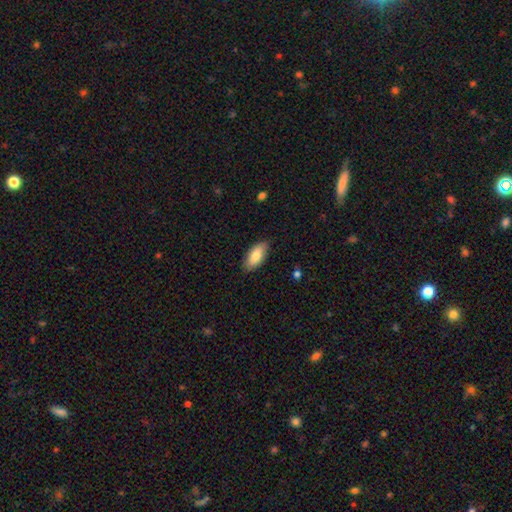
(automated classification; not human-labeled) A smooth galaxy with no disk features (80%) that is in between round and cigar-shaped (89%).

Vote fractions:
- Smooth or featured? smooth: 80% / featured or disk: 14% / star or artifact: 6%
- How rounded? in between: 89% / cigar-shaped: 8% / round: 2%
- Merging? none: 85% / minor disturbance: 12% / major disturbance: 2% / merger: 1%